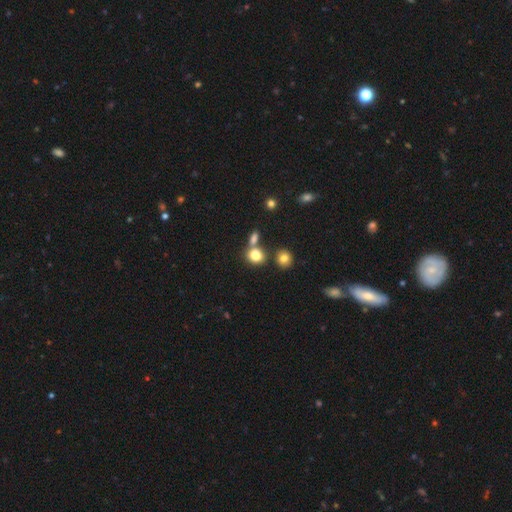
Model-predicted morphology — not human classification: A smooth galaxy with no disk features (81%) that is round (60%).

Vote fractions:
- Smooth or featured? smooth: 81% / star or artifact: 11% / featured or disk: 8%
- How rounded? round: 60% / in between: 38% / cigar-shaped: 2%
- Merging? none: 54% / merger: 31% / minor disturbance: 11% / major disturbance: 4%